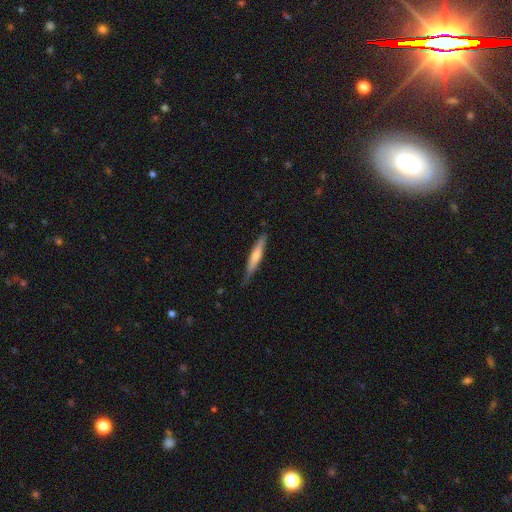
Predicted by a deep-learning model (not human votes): This appears to be a smooth galaxy with no disk features (50%). Merging: none (79%).